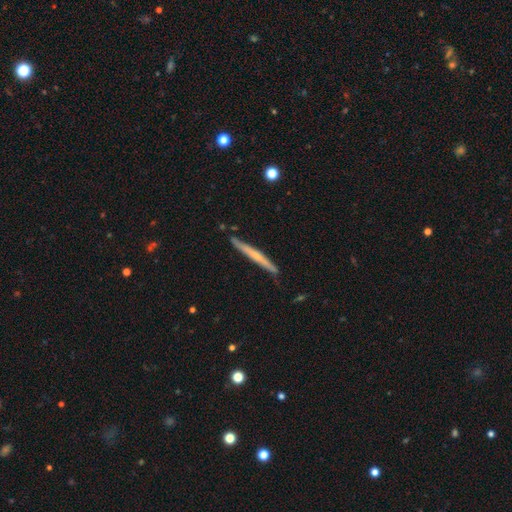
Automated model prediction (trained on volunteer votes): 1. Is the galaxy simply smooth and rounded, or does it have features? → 56% featured or disk, 39% smooth, 6% star or artifact.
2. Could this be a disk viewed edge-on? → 97% yes, 3% no.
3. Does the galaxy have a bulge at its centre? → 53% none, 42% rounded, 6% boxy.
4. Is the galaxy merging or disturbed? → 87% none, 10% minor disturbance, 2% merger, 1% major disturbance.